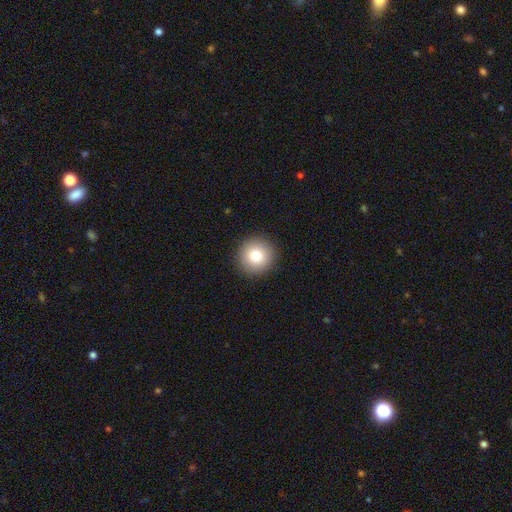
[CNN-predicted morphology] Smooth or featured? smooth (79%)
How rounded? round (95%)
Merging? none (92%)